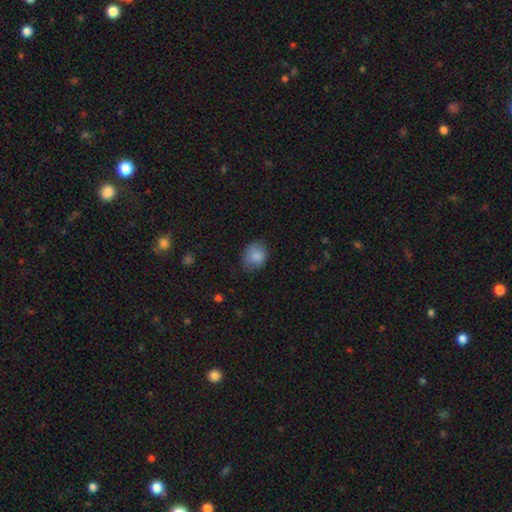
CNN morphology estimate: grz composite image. It shows a smooth galaxy with no disk features (85%) that is round (64%). Merging: none (71%).